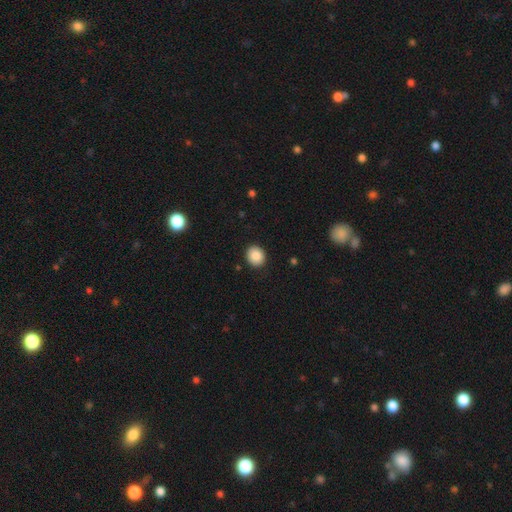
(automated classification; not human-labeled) Q: Smooth or featured?
A: smooth (86%); runner-up: star or artifact (9%)
Q: How rounded?
A: round (80%); runner-up: in between (19%)
Q: Merging?
A: none (91%); runner-up: minor disturbance (6%)